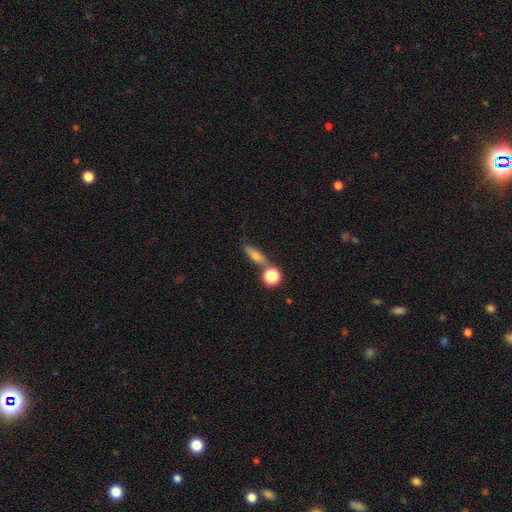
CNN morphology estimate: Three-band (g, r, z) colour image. It shows a smooth galaxy with no disk features (64%) that is cigar-shaped (47%). Merging: none (64%).